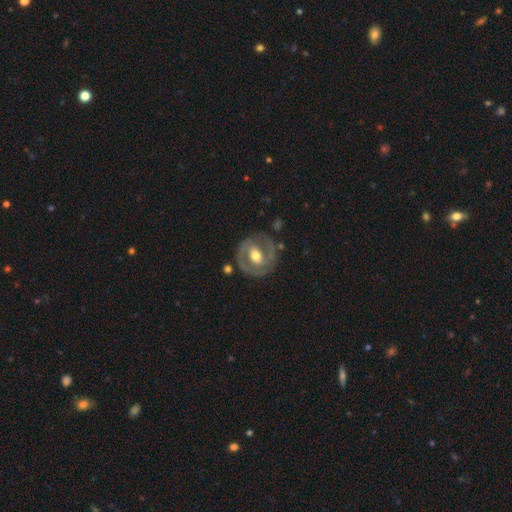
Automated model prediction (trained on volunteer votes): smooth-or-featured: featured or disk: 75% | smooth: 21% | star or artifact: 5%
  disk-edge-on: no: 97% | yes: 3%
    bar: weak: 41% | no: 32% | strong: 28%
    has-spiral-arms: yes: 71% | no: 29%
      spiral-winding: tight: 48% | medium: 39% | loose: 12%
      spiral-arm-count: 2: 81% | can't tell: 9% | 1: 6% | 3: 2% | 4: 1% | more than 4: 1%
    bulge-size: moderate: 74% | small: 14% | large: 11% | dominant: 1% | none: 1%
  merging: none: 79% | minor disturbance: 13% | major disturbance: 6% | merger: 2%